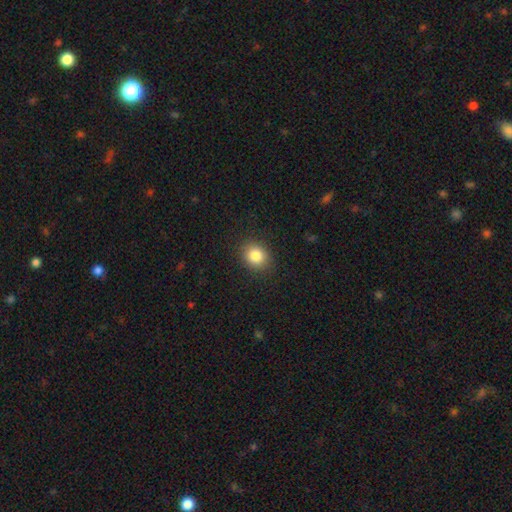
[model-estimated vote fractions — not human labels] Smooth or featured? smooth (84%)
How rounded? round (67%)
Merging? none (89%)